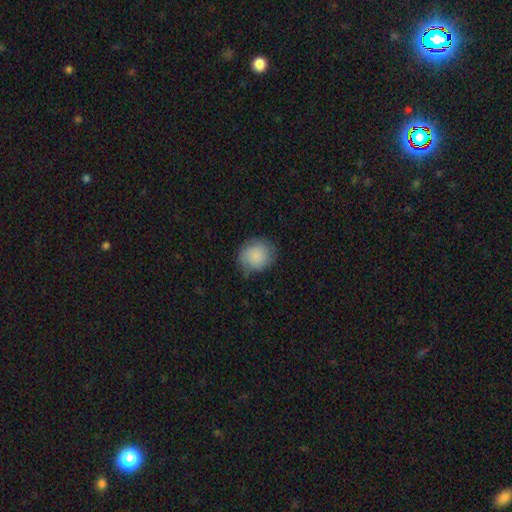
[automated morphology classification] Smooth or featured? Predicted: smooth (p=0.82). How rounded? Predicted: round (p=0.78). Merging? Predicted: none (p=0.68).